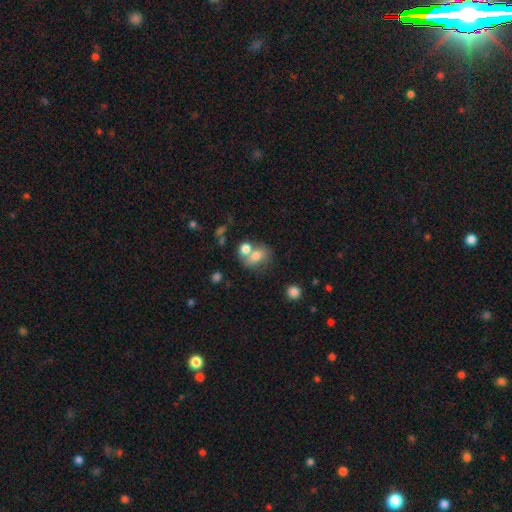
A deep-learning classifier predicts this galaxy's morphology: Q: Smooth or featured?
A: smooth (68%); runner-up: featured or disk (21%)
Q: How rounded?
A: in between (51%); runner-up: round (47%)
Q: Merging?
A: merger (46%); runner-up: none (35%)